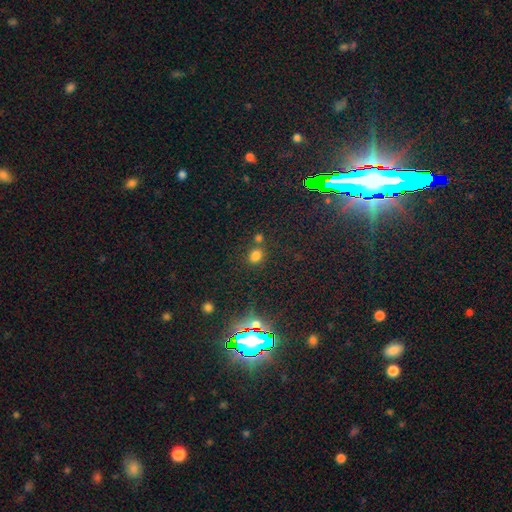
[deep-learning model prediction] A smooth galaxy with no disk features (73%) that is round (65%). Merging: none (68%).